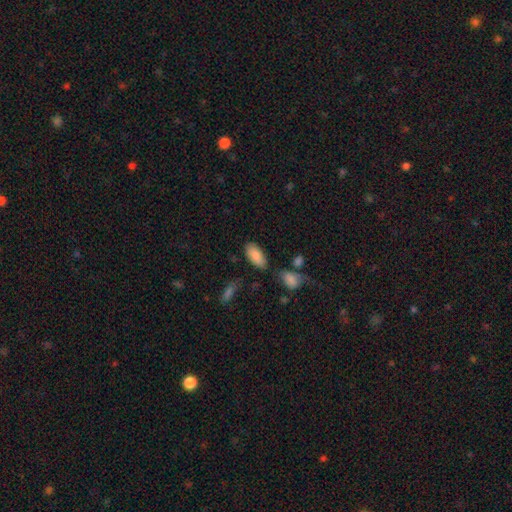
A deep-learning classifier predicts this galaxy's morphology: Smooth or featured? Predicted: smooth (p=0.86). How rounded? Predicted: in between (p=0.93). Merging? Predicted: none (p=0.71).